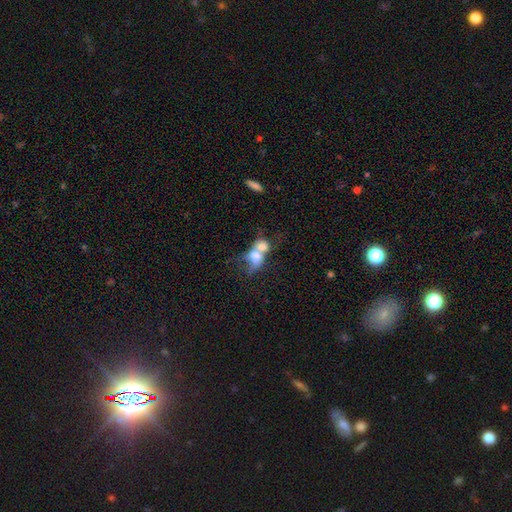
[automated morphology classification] This is likely a smooth galaxy (62%). How rounded: possibly in between (59%). Merging: likely merger (75%).